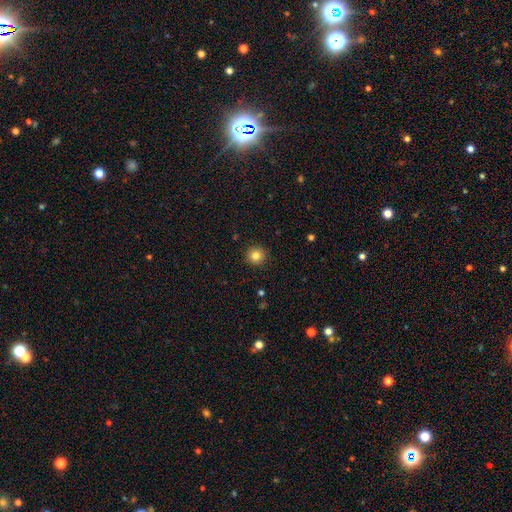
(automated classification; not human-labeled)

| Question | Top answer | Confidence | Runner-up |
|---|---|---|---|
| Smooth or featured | smooth | 82% | star or artifact (11%) |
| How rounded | round | 95% | in between (4%) |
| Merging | none | 92% | minor disturbance (5%) |